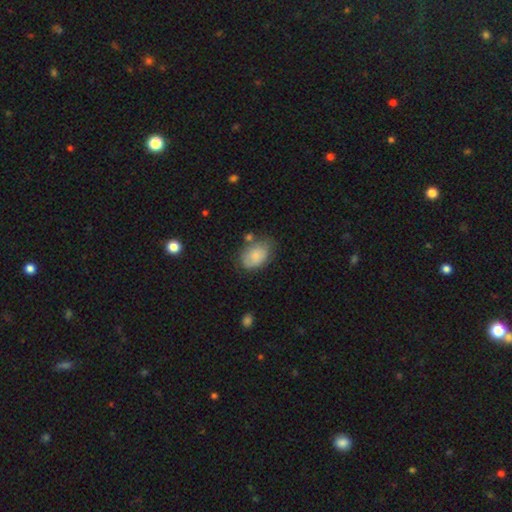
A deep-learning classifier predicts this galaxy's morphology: smooth_or_featured: smooth (p=0.75) [alt: featured or disk p=0.18]
how_rounded: in between (p=0.83) [alt: round p=0.16]
merging: none (p=0.55) [alt: minor disturbance p=0.30]